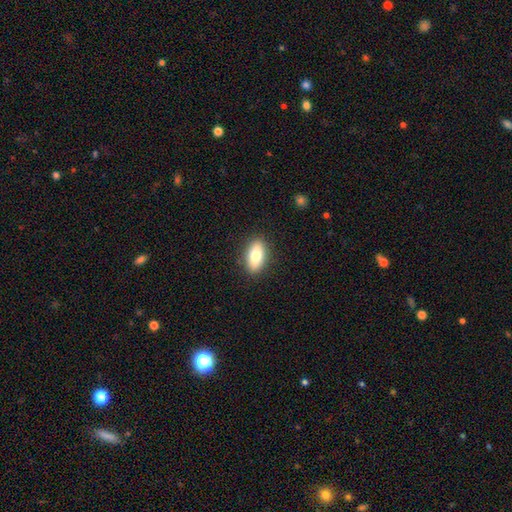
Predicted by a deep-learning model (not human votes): The model was most divided on "smooth or featured": smooth: 77%, featured or disk: 16%, star or artifact: 7%. More confident: how rounded — in between (89%); merging — none (89%).